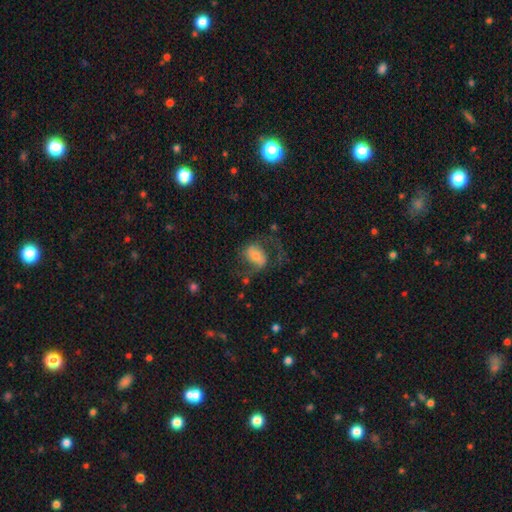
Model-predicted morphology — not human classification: A featured or disk galaxy (54%) with a weak bar (37%), spiral arms (81%) and a moderate central bulge (40%).

Vote fractions:
- Smooth or featured? featured or disk: 54% / smooth: 37% / star or artifact: 9%
- Edge-on disk? no: 96% / yes: 4%
- Bar? weak: 37% / no: 32% / strong: 30%
- Spiral arms? yes: 81% / no: 19%
- Bulge size? moderate: 40% / small: 35% / large: 15% / none: 5% / dominant: 4%
- Merging? none: 51% / major disturbance: 28% / minor disturbance: 18% / merger: 3%